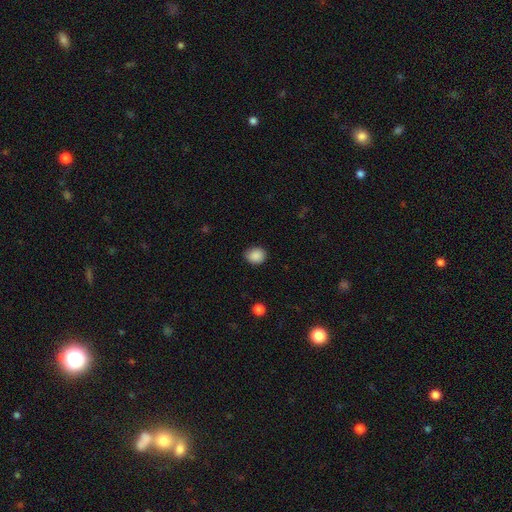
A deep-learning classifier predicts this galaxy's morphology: Q: Smooth or featured?
A: smooth (88%); runner-up: star or artifact (9%)
Q: How rounded?
A: round (68%); runner-up: in between (32%)
Q: Merging?
A: none (85%); runner-up: minor disturbance (12%)